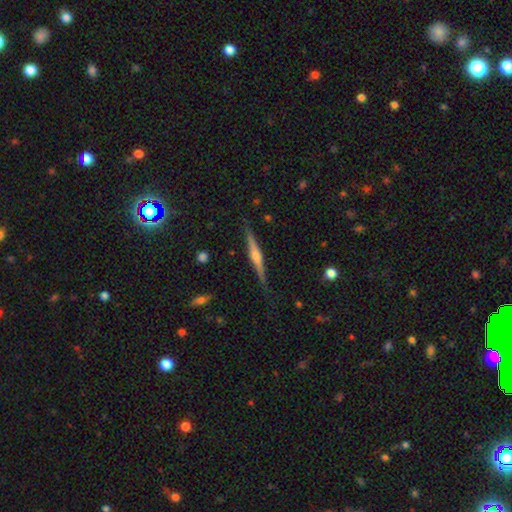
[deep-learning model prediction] featured or disk 77%, smooth 16%, star or artifact 7%. Down the decision tree: edge-on disk — yes (98%); edge-on bulge — rounded (86%); merging — none (87%).